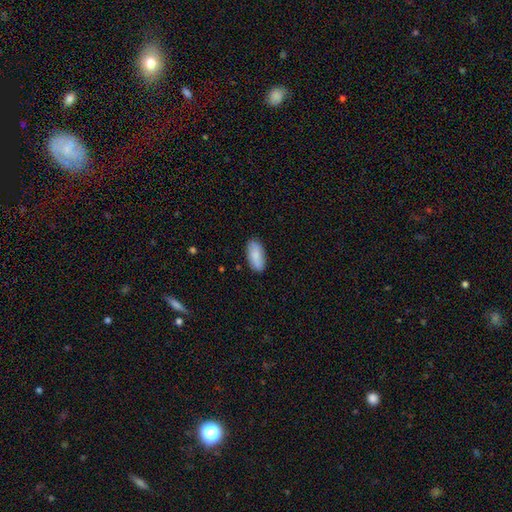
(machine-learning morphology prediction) smooth 82%, featured or disk 12%, star or artifact 6%. Down the decision tree: how rounded — in between (89%); merging — none (86%).